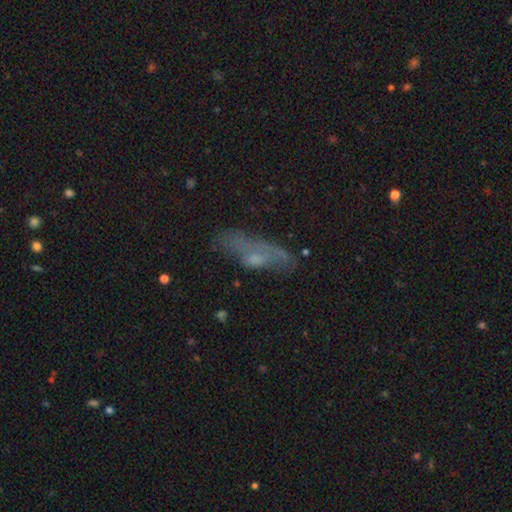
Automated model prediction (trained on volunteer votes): Morphology: type=smooth (46%); merging=none (44%).